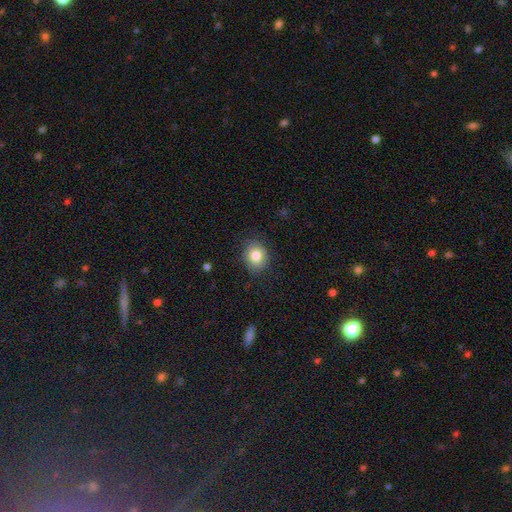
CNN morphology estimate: This appears to be a smooth galaxy with no disk features (82%) that is round (67%). Merging: none (85%).